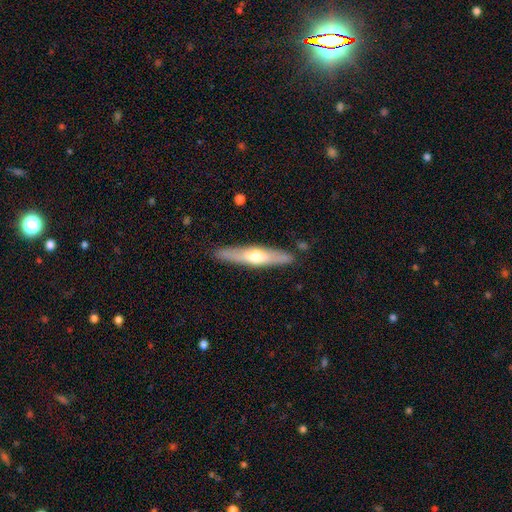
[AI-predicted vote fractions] Q: Smooth or featured?
A: featured or disk (51%); runner-up: smooth (44%)
Q: Edge-on disk?
A: yes (86%); runner-up: no (14%)
Q: Merging?
A: none (87%); runner-up: minor disturbance (9%)